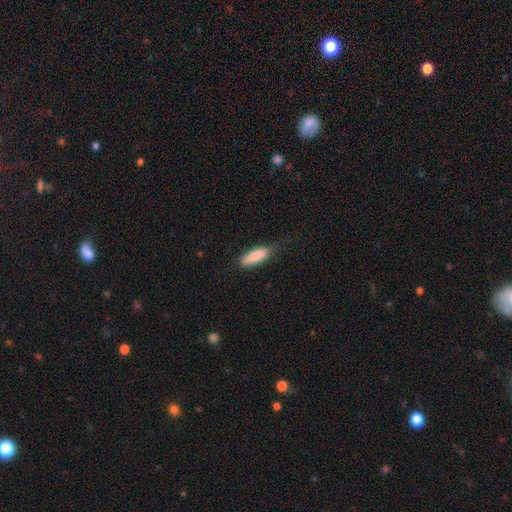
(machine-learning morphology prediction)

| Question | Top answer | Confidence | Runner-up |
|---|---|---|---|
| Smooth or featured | smooth | 87% | featured or disk (7%) |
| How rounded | in between | 62% | cigar-shaped (36%) |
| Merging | none | 73% | minor disturbance (21%) |